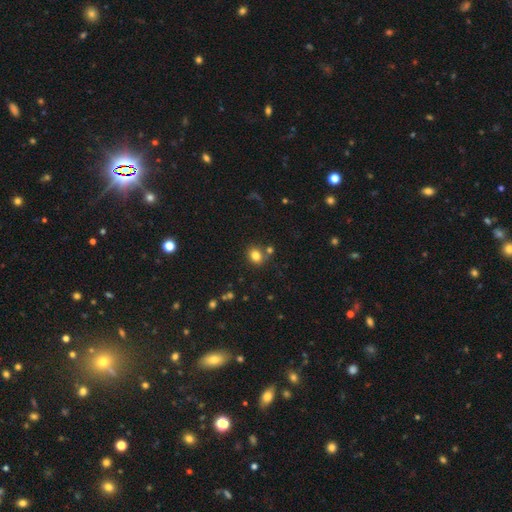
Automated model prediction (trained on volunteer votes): Smooth or featured?
  - smooth: 80% *
  - star or artifact: 13%
  - featured or disk: 7%
How rounded?
  - round: 66% *
  - in between: 33%
  - cigar-shaped: 1%
Merging?
  - none: 72% *
  - merger: 13%
  - minor disturbance: 11%
  - major disturbance: 3%